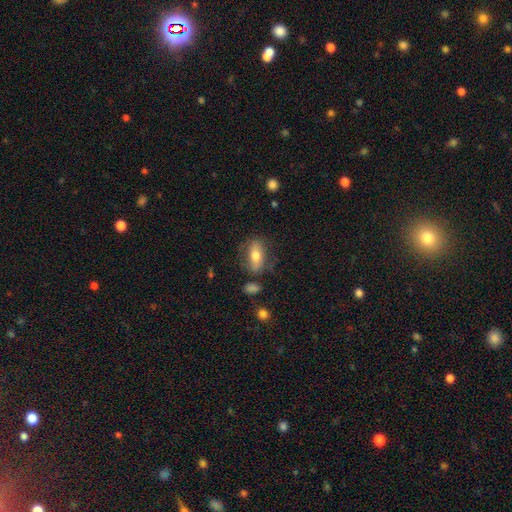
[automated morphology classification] Smooth or featured: smooth — 61% (featured or disk — 32%)
How rounded: in between — 78% (cigar-shaped — 14%)
Merging: none — 71% (minor disturbance — 18%)